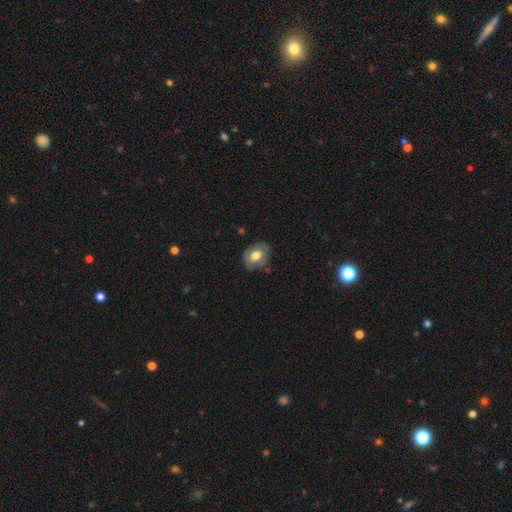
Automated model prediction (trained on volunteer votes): smooth 61%, featured or disk 32%, star or artifact 7%. Down the decision tree: how rounded — in between (61%); merging — none (72%).